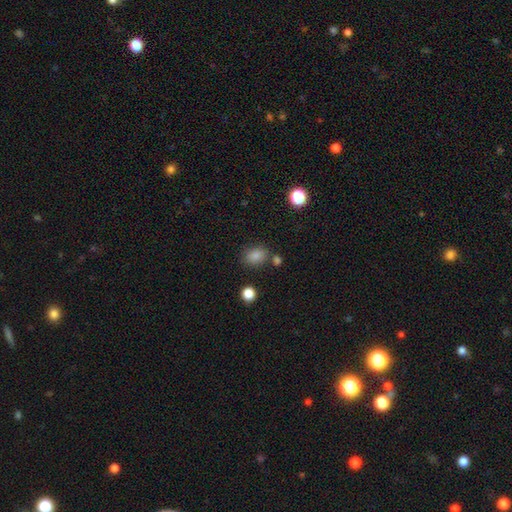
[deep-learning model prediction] A smooth galaxy with no disk features (83%) that is in between round and cigar-shaped (70%).

Vote fractions:
- Smooth or featured? smooth: 83% / star or artifact: 12% / featured or disk: 5%
- How rounded? in between: 70% / round: 29% / cigar-shaped: 1%
- Merging? none: 72% / minor disturbance: 14% / merger: 9% / major disturbance: 4%